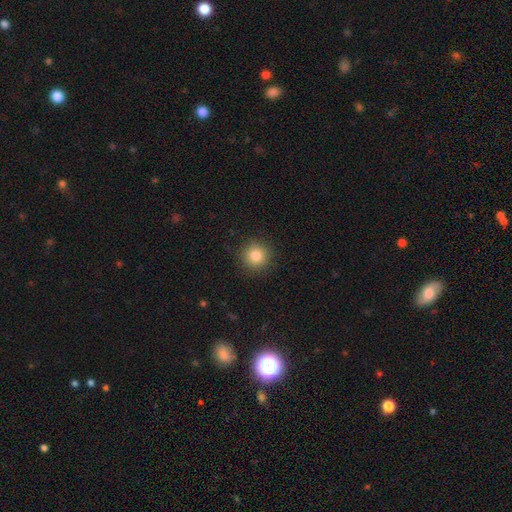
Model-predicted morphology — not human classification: This is clearly a smooth galaxy (84%). How rounded: clearly round (94%). Merging: clearly none (90%).